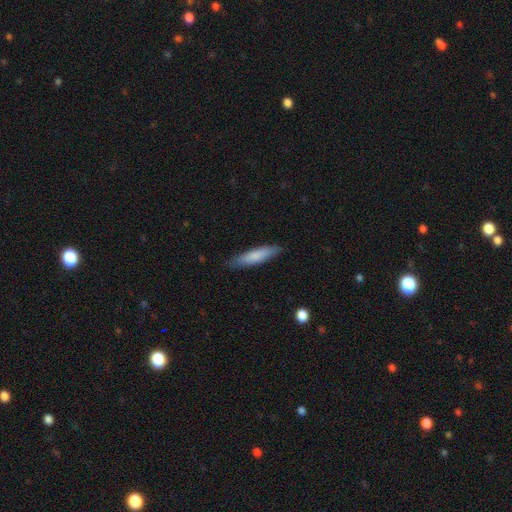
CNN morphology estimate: type=smooth (78%); roundness=cigar-shaped (80%); merging=none (86%).